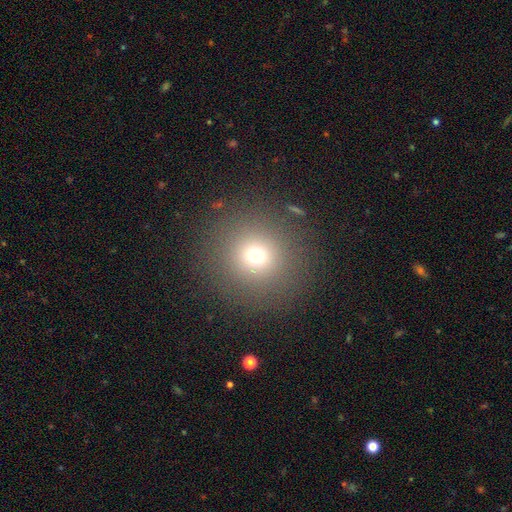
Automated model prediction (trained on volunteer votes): A smooth galaxy with no disk features (70%) that is round (92%). Merging: none (87%).